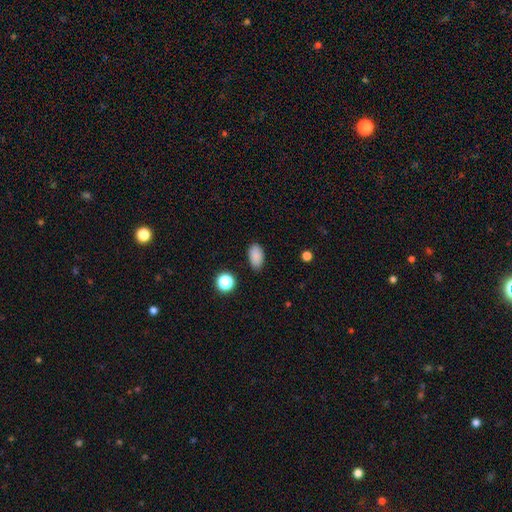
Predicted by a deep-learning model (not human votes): Smooth or featured: smooth — 87% (star or artifact — 9%)
How rounded: in between — 91% (round — 7%)
Merging: none — 85% (minor disturbance — 11%)